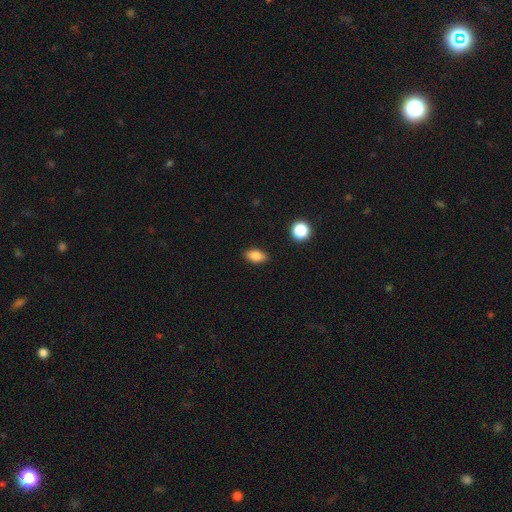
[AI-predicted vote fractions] This is clearly a smooth galaxy (82%). How rounded: clearly in between (87%). Merging: clearly none (88%).